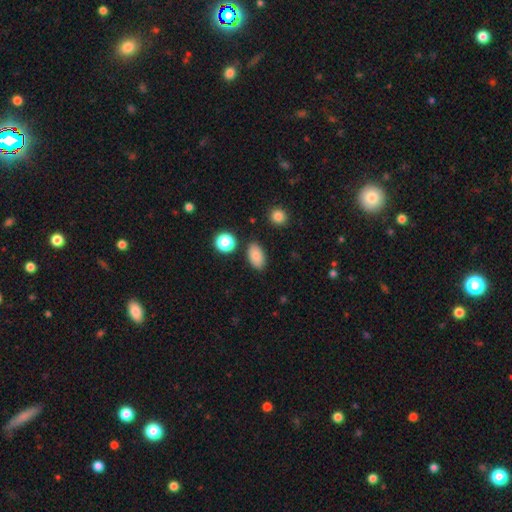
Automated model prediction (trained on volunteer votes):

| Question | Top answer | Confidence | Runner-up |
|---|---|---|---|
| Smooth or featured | smooth | 84% | star or artifact (9%) |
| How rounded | in between | 90% | round (8%) |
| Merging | none | 85% | minor disturbance (9%) |